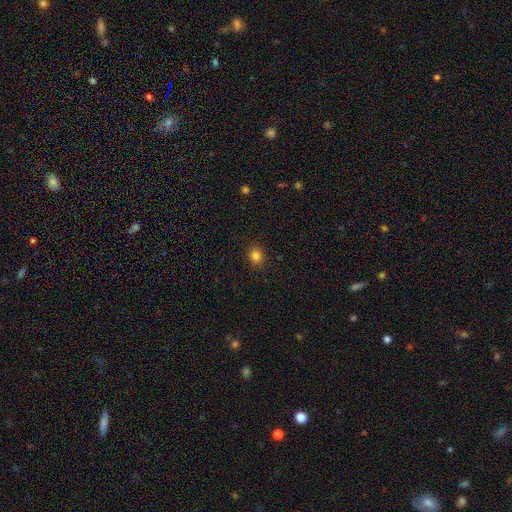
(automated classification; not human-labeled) Morphology: type=smooth (83%); roundness=round (73%); merging=none (89%).